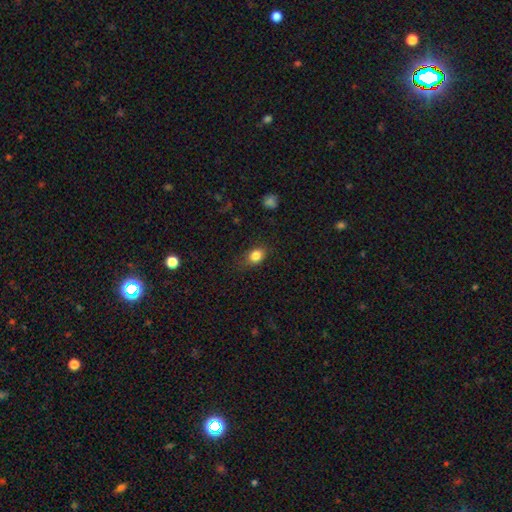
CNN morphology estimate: smooth-or-featured: smooth: 83% | star or artifact: 10% | featured or disk: 7%
  how-rounded: in between: 61% | round: 37% | cigar-shaped: 2%
  merging: none: 75% | minor disturbance: 18% | major disturbance: 5% | merger: 1%